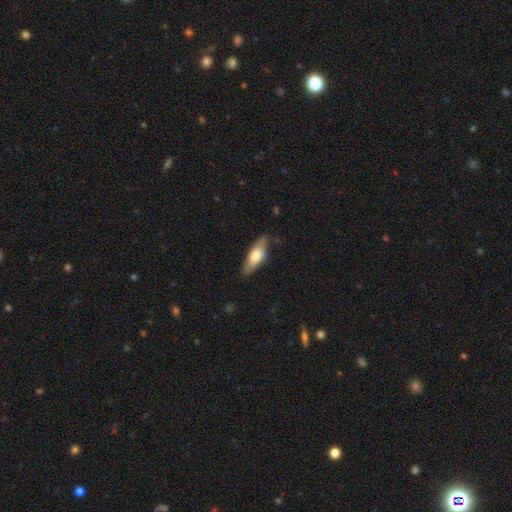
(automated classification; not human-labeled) The model was most divided on "how rounded": in between: 59%, cigar-shaped: 39%, round: 3%. More confident: merging — none (77%); smooth or featured — smooth (58%).